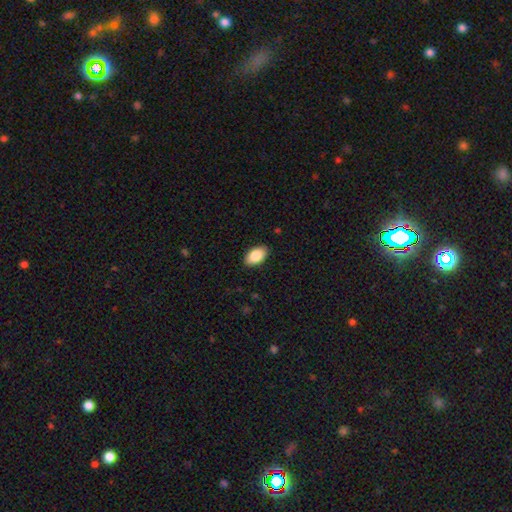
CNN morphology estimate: smooth_or_featured: smooth (p=0.86) [alt: featured or disk p=0.07]
how_rounded: in between (p=0.94) [alt: round p=0.04]
merging: none (p=0.89) [alt: minor disturbance p=0.08]